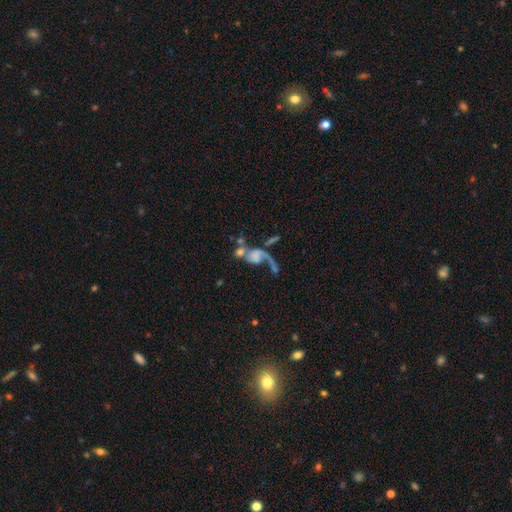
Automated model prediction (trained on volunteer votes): Q: Smooth or featured?
A: featured or disk (55%); runner-up: smooth (33%)
Q: Edge-on disk?
A: no (96%); runner-up: yes (4%)
Q: Bar?
A: no (76%); runner-up: weak (17%)
Q: Spiral arms?
A: yes (59%); runner-up: no (41%)
Q: Bulge size?
A: none (58%); runner-up: small (20%)
Q: Merging?
A: merger (42%); runner-up: major disturbance (31%)